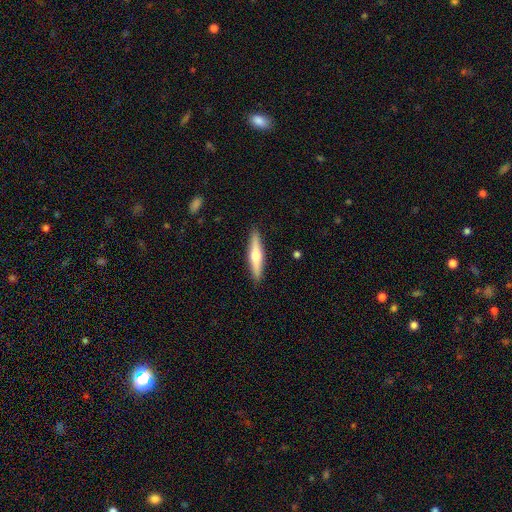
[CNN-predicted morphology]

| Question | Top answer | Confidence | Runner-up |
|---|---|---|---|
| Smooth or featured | featured or disk | 51% | smooth (44%) |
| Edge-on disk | yes | 95% | no (5%) |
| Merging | none | 90% | minor disturbance (7%) |